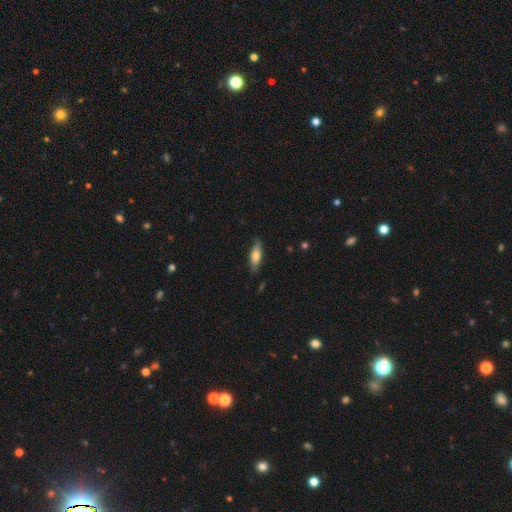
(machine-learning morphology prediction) Smooth or featured?
  - smooth: 70% *
  - featured or disk: 23%
  - star or artifact: 6%
How rounded?
  - in between: 54% *
  - cigar-shaped: 44%
  - round: 2%
Merging?
  - none: 80% *
  - minor disturbance: 16%
  - major disturbance: 3%
  - merger: 1%